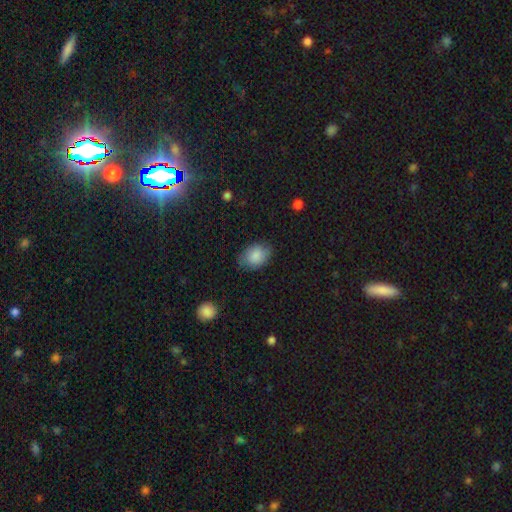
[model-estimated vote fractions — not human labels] This appears to be a smooth galaxy with no disk features (85%) that is in between round and cigar-shaped (76%). Merging: none (75%).